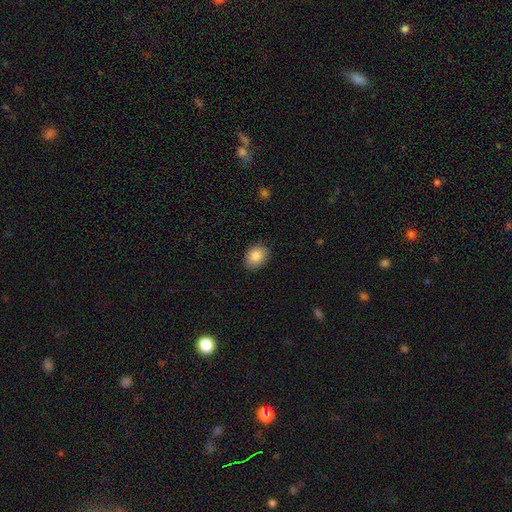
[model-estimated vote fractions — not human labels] smooth_or_featured: smooth (p=0.88) [alt: star or artifact p=0.08]
how_rounded: in between (p=0.68) [alt: round p=0.32]
merging: none (p=0.87) [alt: minor disturbance p=0.10]